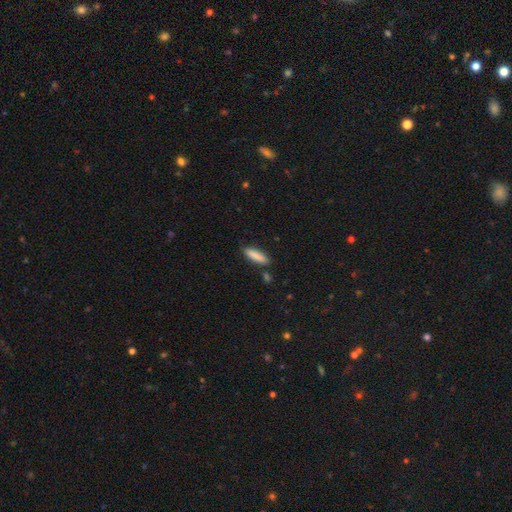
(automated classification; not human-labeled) Overall: smooth (88%). How rounded: cigar-shaped (64%; in between 34%). Merging: none (84%).